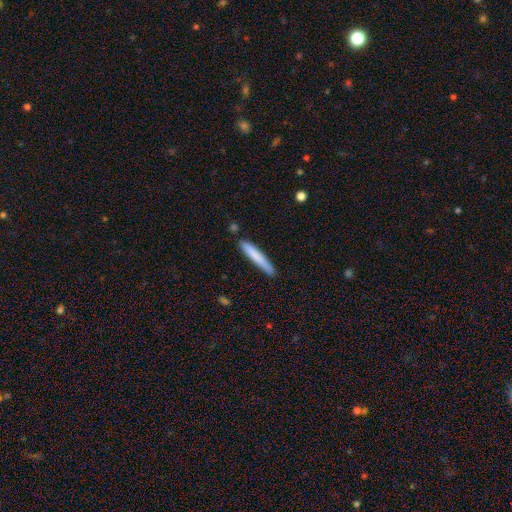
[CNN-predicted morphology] This appears to be a smooth galaxy with no disk features (77%) that is cigar-shaped (95%). Merging: none (84%).